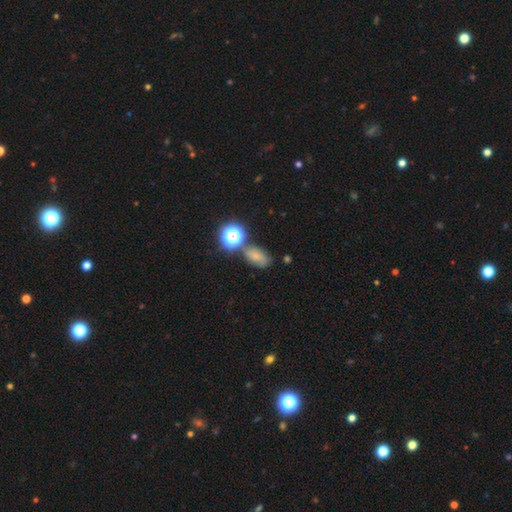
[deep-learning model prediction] This appears to be a smooth galaxy with no disk features (61%) that is in between round and cigar-shaped (76%). Merging: none (57%).